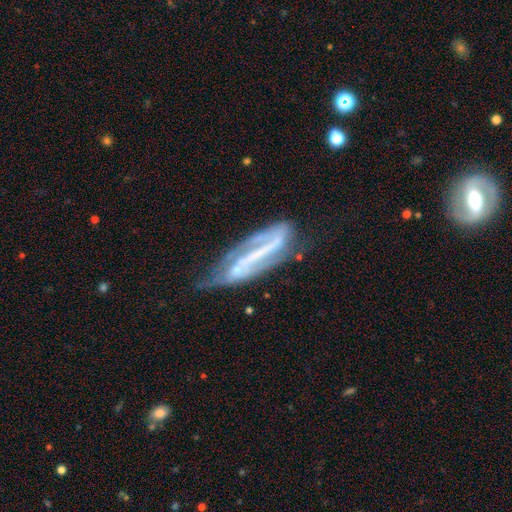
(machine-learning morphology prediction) Smooth or featured: featured or disk — 76% (smooth — 15%)
Edge-on disk: no — 74% (yes — 26%)
Bar: strong — 63% (weak — 20%)
Spiral arms: yes — 81% (no — 19%)
Bulge size: none — 43% (small — 40%)
Merging: none — 55% (minor disturbance — 26%)